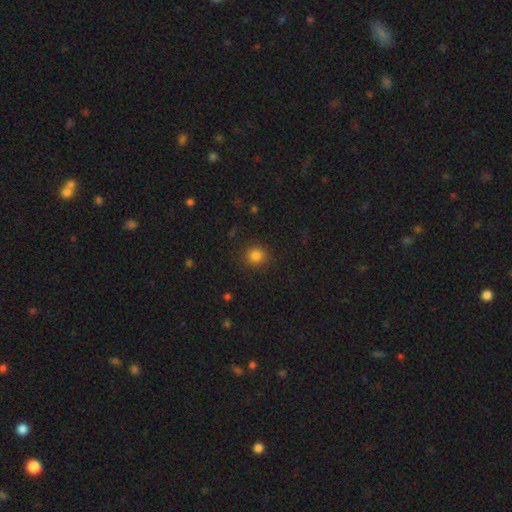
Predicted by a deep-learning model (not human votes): Smooth or featured: smooth — 83% (star or artifact — 13%)
How rounded: round — 85% (in between — 14%)
Merging: none — 87% (minor disturbance — 8%)